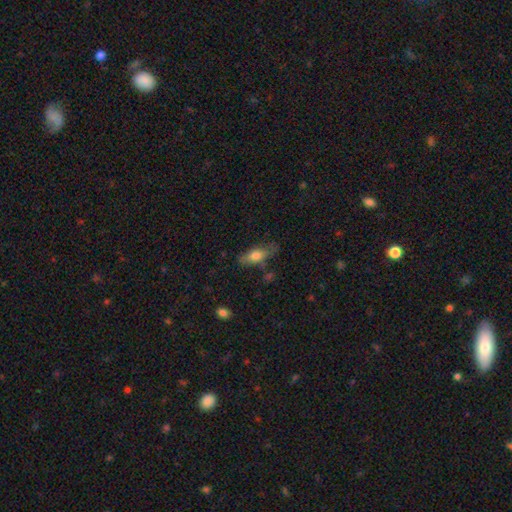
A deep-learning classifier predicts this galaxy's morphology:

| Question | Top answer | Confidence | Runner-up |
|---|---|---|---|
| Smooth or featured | smooth | 69% | featured or disk (24%) |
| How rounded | in between | 66% | cigar-shaped (30%) |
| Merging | none | 65% | minor disturbance (24%) |